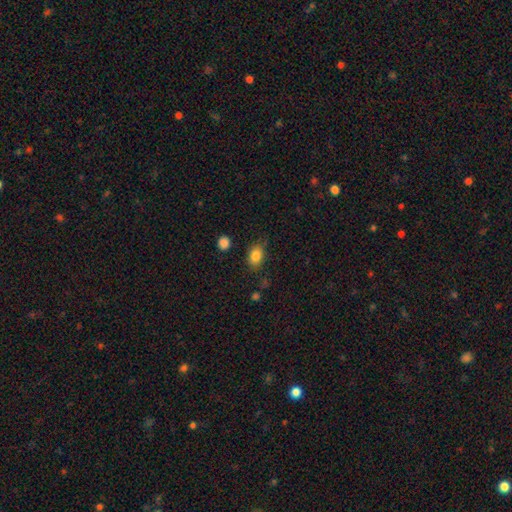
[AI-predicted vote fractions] smooth_or_featured: smooth (p=0.84) [alt: star or artifact p=0.10]
how_rounded: in between (p=0.76) [alt: round p=0.22]
merging: none (p=0.77) [alt: minor disturbance p=0.16]